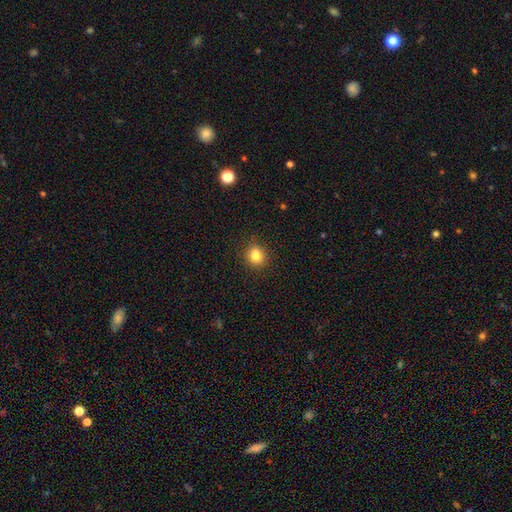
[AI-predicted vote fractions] This is clearly a smooth galaxy (82%). How rounded: likely round (72%). Merging: clearly none (85%).